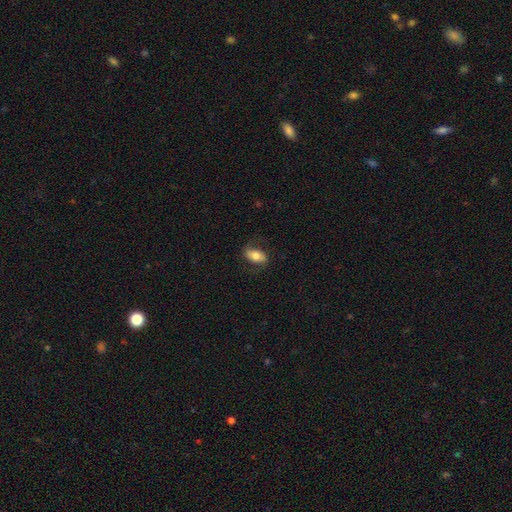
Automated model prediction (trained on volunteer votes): A smooth galaxy with no disk features (64%) that is in between round and cigar-shaped (88%). Merging: none (74%).